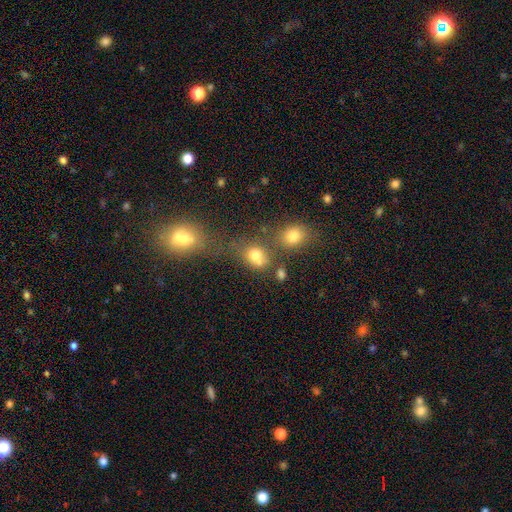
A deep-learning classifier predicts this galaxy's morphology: Smooth or featured? smooth (74%)
How rounded? round (51%)
Merging? none (47%)